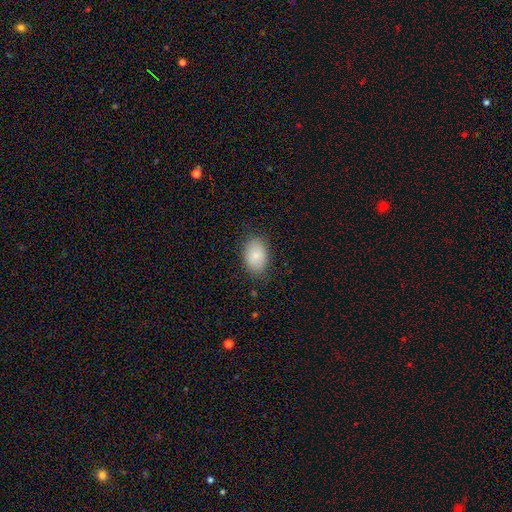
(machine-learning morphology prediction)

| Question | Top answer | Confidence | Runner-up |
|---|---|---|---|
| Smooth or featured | smooth | 87% | star or artifact (7%) |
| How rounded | in between | 86% | round (13%) |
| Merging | none | 82% | minor disturbance (14%) |